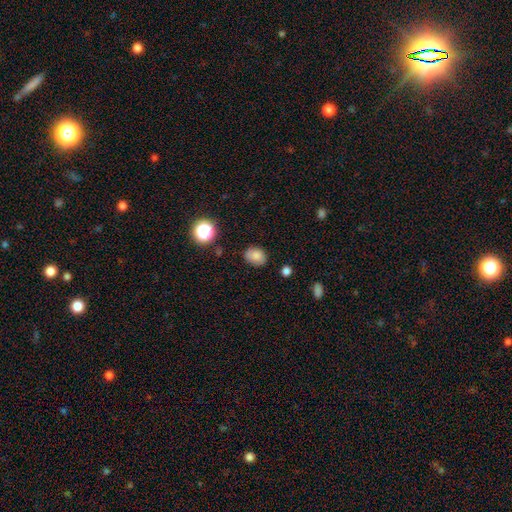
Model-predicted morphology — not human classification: Smooth or featured? smooth (81%)
How rounded? in between (62%)
Merging? none (78%)